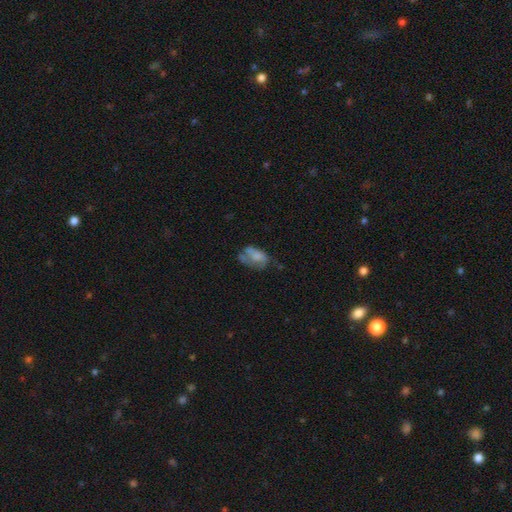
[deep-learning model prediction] Smooth or featured? smooth (55%)
How rounded? in between (89%)
Merging? none (32%)